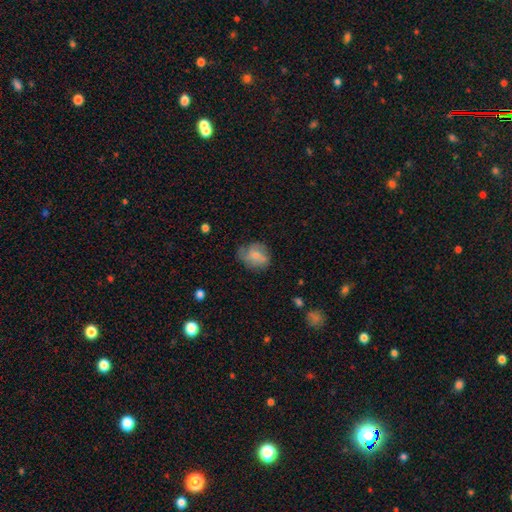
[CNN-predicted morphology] Smooth or featured?
  - smooth: 64% *
  - featured or disk: 28%
  - star or artifact: 8%
How rounded?
  - round: 55% *
  - in between: 44%
  - cigar-shaped: 1%
Merging?
  - none: 57% *
  - minor disturbance: 29%
  - major disturbance: 11%
  - merger: 3%